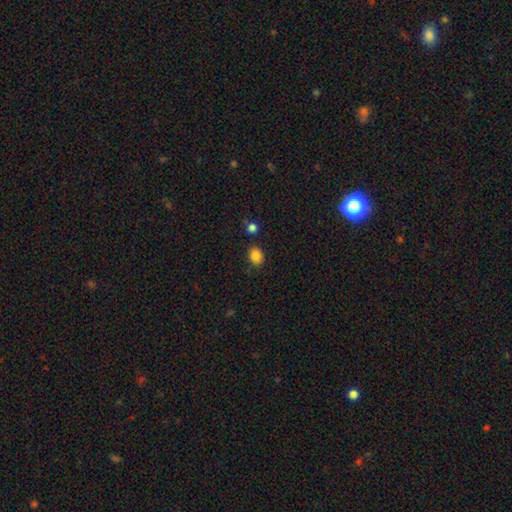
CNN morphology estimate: smooth-or-featured: smooth: 85% | star or artifact: 10% | featured or disk: 4%
  how-rounded: in between: 52% | round: 47% | cigar-shaped: 1%
  merging: none: 82% | minor disturbance: 11% | merger: 5% | major disturbance: 3%